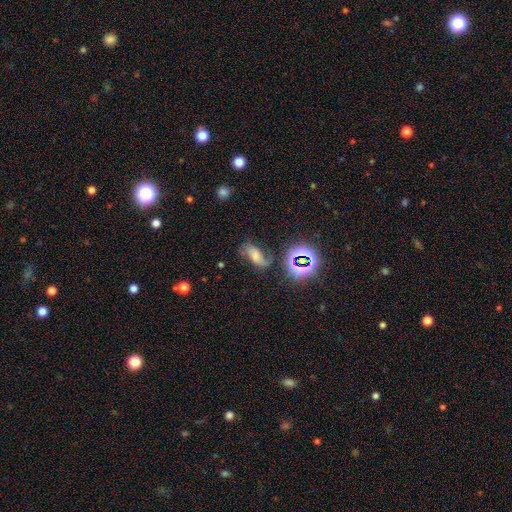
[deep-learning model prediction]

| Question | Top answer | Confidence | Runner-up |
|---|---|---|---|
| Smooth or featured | smooth | 42% | featured or disk (35%) |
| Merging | none | 53% | minor disturbance (24%) |